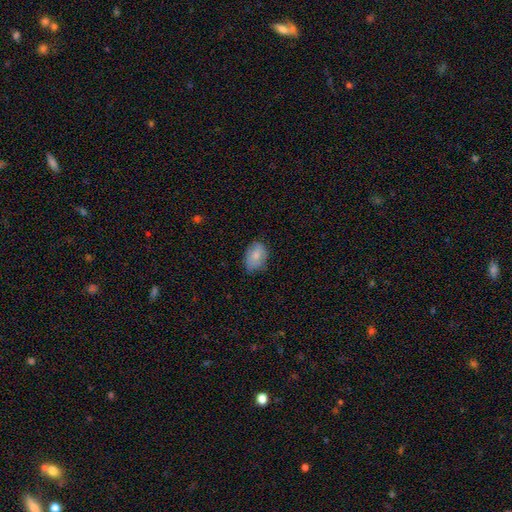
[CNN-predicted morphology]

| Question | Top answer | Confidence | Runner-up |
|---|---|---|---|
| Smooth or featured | smooth | 82% | featured or disk (12%) |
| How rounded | in between | 83% | round (16%) |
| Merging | none | 73% | minor disturbance (22%) |